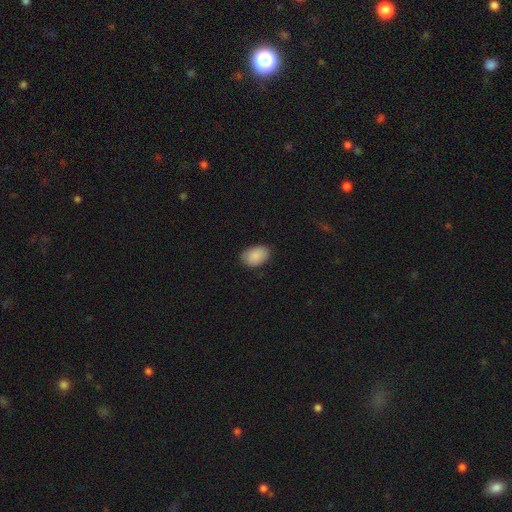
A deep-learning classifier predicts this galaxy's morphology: Smooth or featured?
  - smooth: 89% *
  - star or artifact: 7%
  - featured or disk: 4%
How rounded?
  - in between: 87% *
  - round: 12%
  - cigar-shaped: 1%
Merging?
  - none: 84% *
  - minor disturbance: 12%
  - major disturbance: 2%
  - merger: 1%